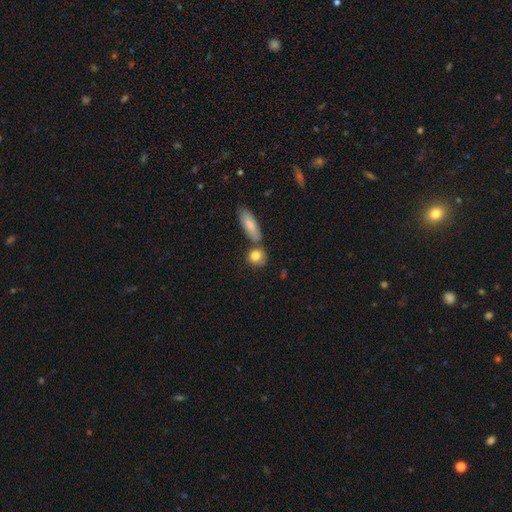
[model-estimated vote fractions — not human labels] smooth 82%, featured or disk 10%, star or artifact 8%. Down the decision tree: how rounded — round (65%); merging — none (62%).